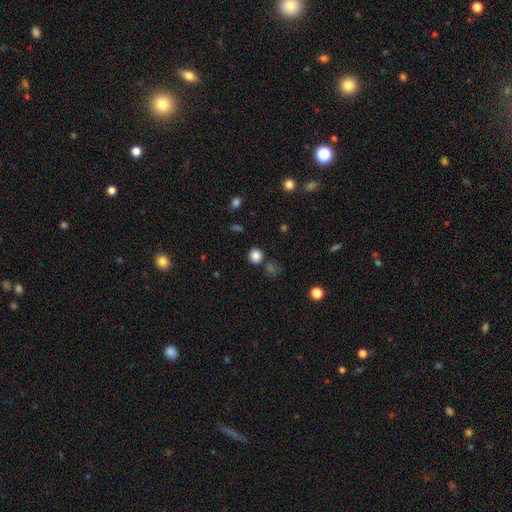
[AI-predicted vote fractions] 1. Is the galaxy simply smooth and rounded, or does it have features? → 84% smooth, 12% star or artifact, 4% featured or disk.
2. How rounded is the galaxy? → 90% round, 9% in between, 1% cigar-shaped.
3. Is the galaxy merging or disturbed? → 82% none, 9% minor disturbance, 7% merger, 3% major disturbance.